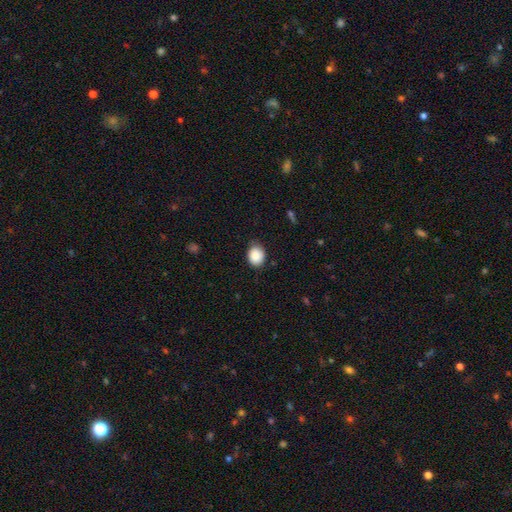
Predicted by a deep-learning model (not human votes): A smooth galaxy with no disk features (87%) that is round (51%).

Vote fractions:
- Smooth or featured? smooth: 87% / star or artifact: 8% / featured or disk: 5%
- How rounded? round: 51% / in between: 48% / cigar-shaped: 1%
- Merging? none: 76% / minor disturbance: 19% / major disturbance: 3% / merger: 1%